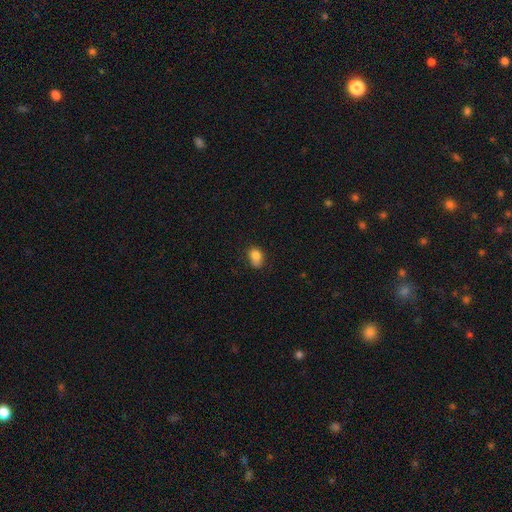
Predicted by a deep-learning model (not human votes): The model was most divided on "merging": none: 55%, minor disturbance: 32%, major disturbance: 9%, merger: 4%. More confident: smooth or featured — smooth (82%); how rounded — in between (69%).